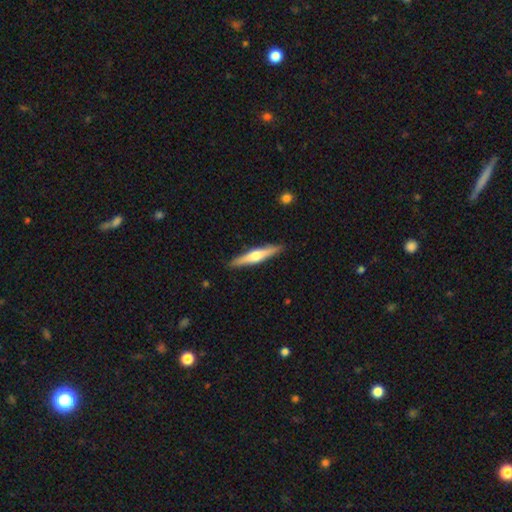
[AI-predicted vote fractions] The model was most divided on "smooth or featured": featured or disk: 53%, smooth: 42%, star or artifact: 5%. More confident: edge-on disk — yes (95%); merging — none (90%); edge-on bulge — rounded (86%).